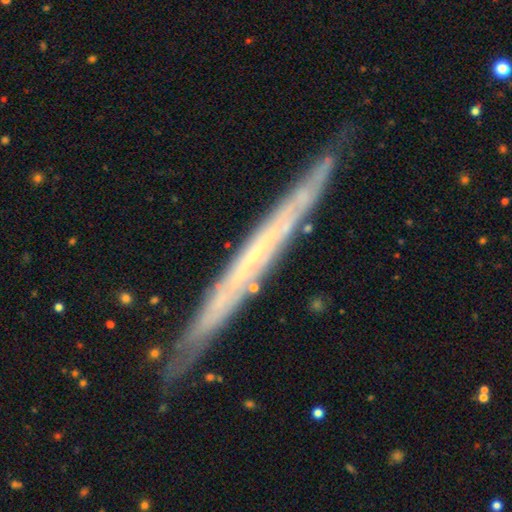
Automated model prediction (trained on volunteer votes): A featured or disk galaxy (75%) viewed edge-on (90%) with no central bulge (83%).

Vote fractions:
- Smooth or featured? featured or disk: 75% / smooth: 18% / star or artifact: 7%
- Edge-on disk? yes: 90% / no: 10%
- Edge-on bulge? none: 83% / rounded: 14% / boxy: 3%
- Merging? none: 84% / minor disturbance: 12% / major disturbance: 2% / merger: 1%